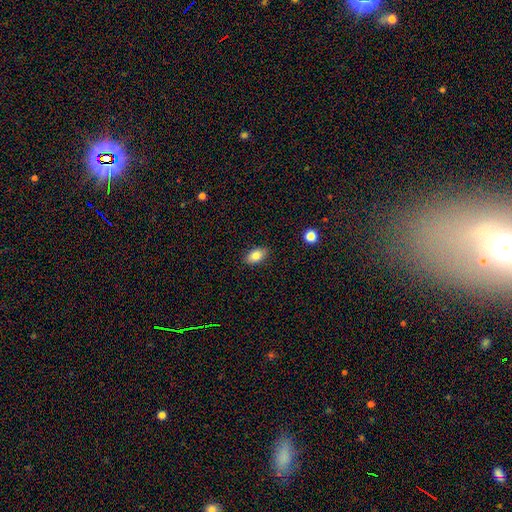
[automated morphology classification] smooth-or-featured: smooth: 82% | featured or disk: 10% | star or artifact: 8%
  how-rounded: in between: 90% | round: 8% | cigar-shaped: 3%
  merging: none: 87% | minor disturbance: 10% | major disturbance: 2% | merger: 1%